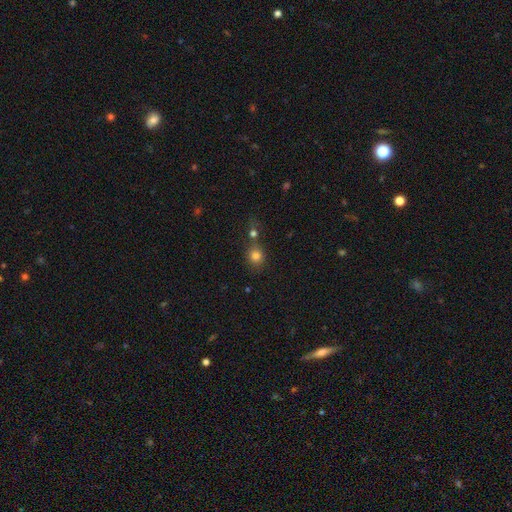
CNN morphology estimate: Smooth or featured? smooth (80%)
How rounded? round (82%)
Merging? none (57%)